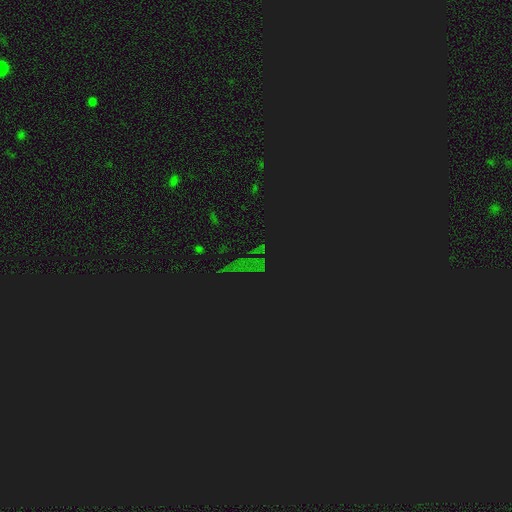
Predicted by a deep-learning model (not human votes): Q: Smooth or featured?
A: star or artifact (80%); runner-up: smooth (12%)